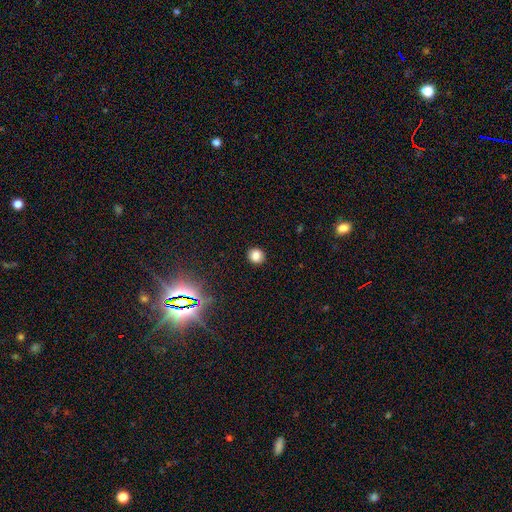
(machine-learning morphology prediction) This appears to be a smooth galaxy with no disk features (83%) that is round (88%). Merging: none (92%).